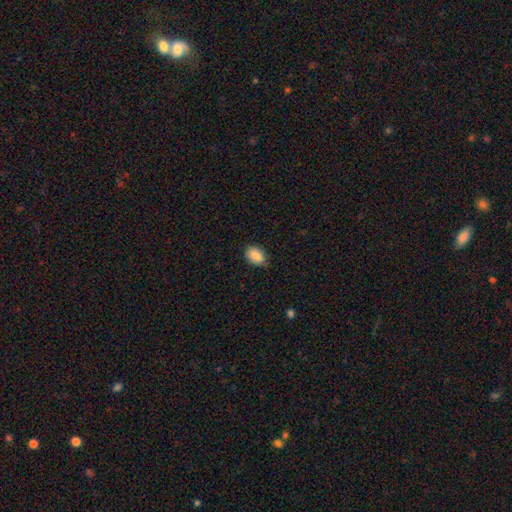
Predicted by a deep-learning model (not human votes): This is clearly a smooth galaxy (88%). How rounded: clearly in between (83%). Merging: likely none (74%).